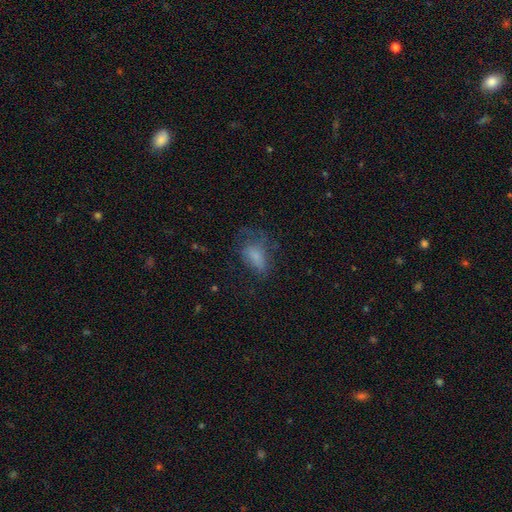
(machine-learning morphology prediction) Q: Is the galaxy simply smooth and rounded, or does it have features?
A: smooth — 61%.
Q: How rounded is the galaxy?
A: in between — 86%.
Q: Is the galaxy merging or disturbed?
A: none — 38%.